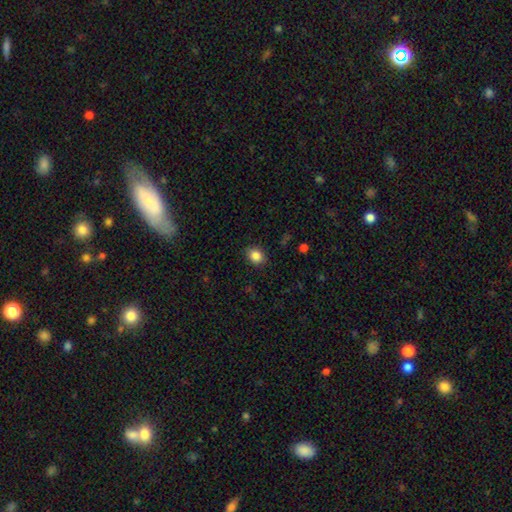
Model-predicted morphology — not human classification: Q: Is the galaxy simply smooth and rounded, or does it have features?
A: smooth — 85%.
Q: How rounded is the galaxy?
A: round — 53%.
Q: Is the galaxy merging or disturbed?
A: none — 88%.